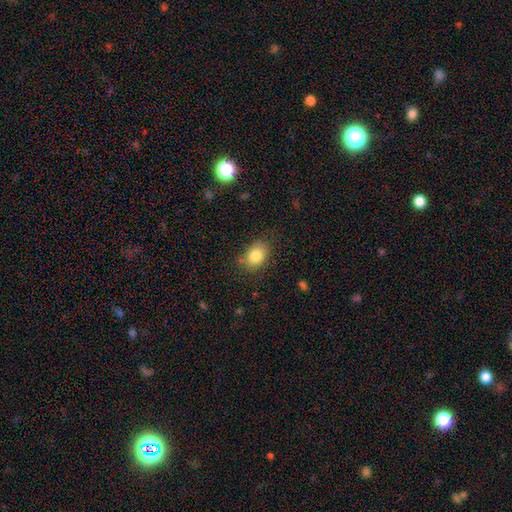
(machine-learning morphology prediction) Smooth or featured? Predicted: smooth (p=0.82). How rounded? Predicted: in between (p=0.73). Merging? Predicted: none (p=0.77).